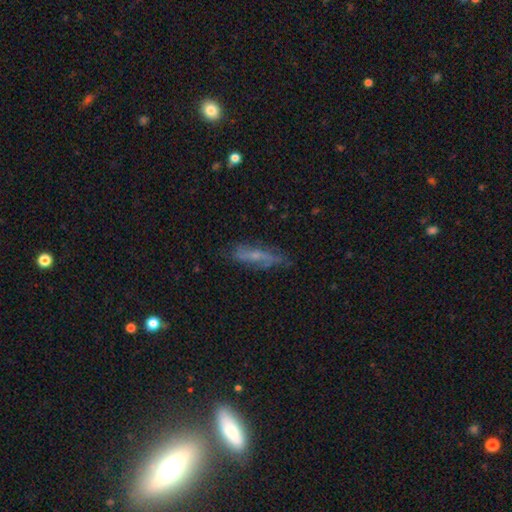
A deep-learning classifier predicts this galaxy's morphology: featured or disk 52%, smooth 37%, star or artifact 10%. Down the decision tree: edge-on disk — no (57%); merging — none (69%).